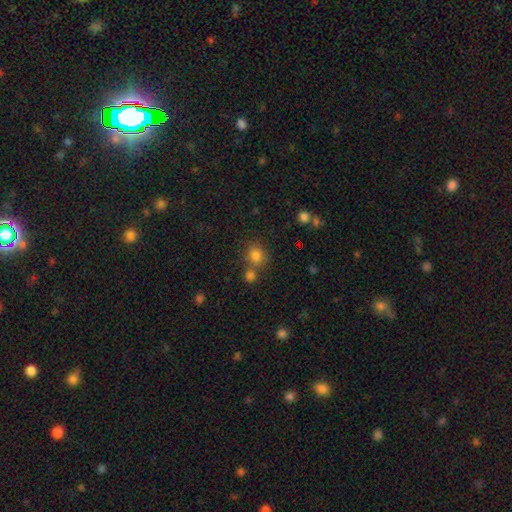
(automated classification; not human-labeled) A smooth galaxy with no disk features (80%) that is round (83%). Merging: none (63%).